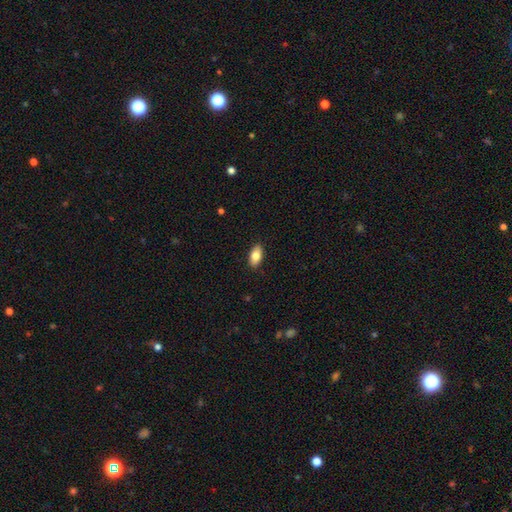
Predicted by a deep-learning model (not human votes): Morphology: type=smooth (81%); roundness=in between (91%); merging=none (89%).